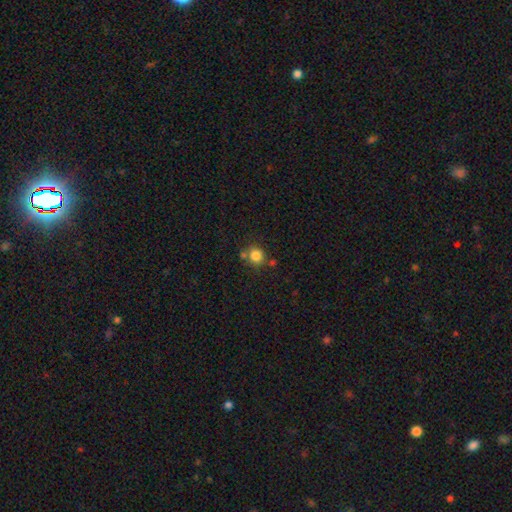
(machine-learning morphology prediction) The model was most divided on "merging": none: 70%, merger: 15%, minor disturbance: 11%, major disturbance: 4%. More confident: how rounded — round (88%); smooth or featured — smooth (82%).